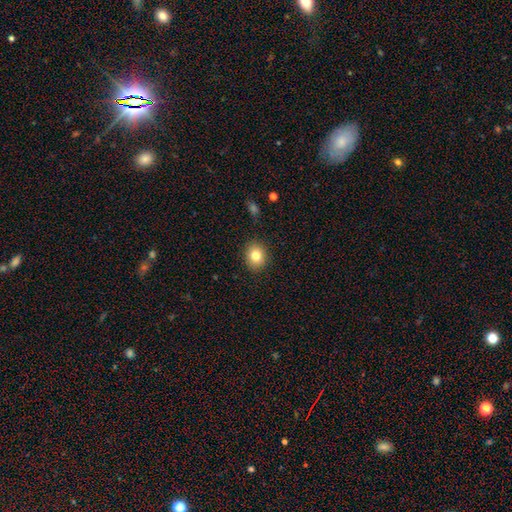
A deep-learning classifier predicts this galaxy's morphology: Smooth or featured? smooth (81%)
How rounded? round (71%)
Merging? none (89%)